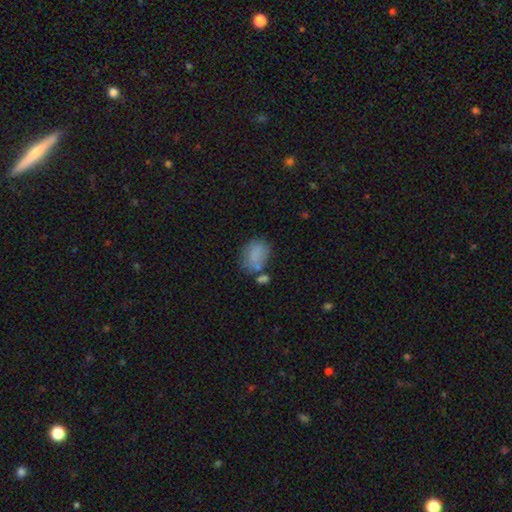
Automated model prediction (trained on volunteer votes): A smooth galaxy with no disk features (78%) that is in between round and cigar-shaped (65%). Merging: none (54%).